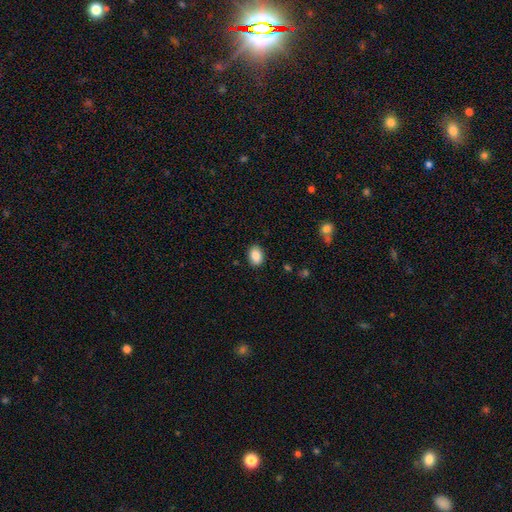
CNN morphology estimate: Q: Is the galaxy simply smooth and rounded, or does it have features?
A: smooth — 88%.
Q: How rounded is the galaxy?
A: in between — 74%.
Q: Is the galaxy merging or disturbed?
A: none — 88%.